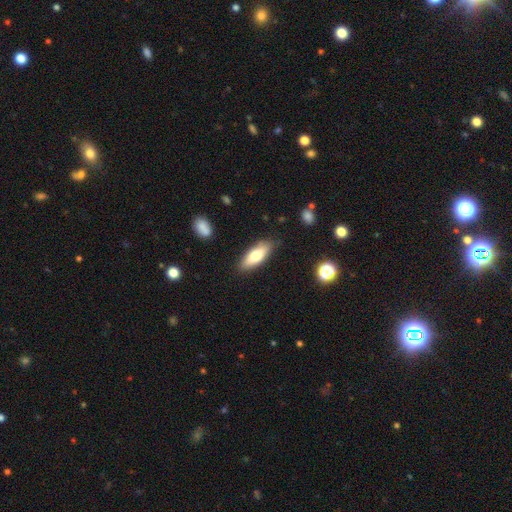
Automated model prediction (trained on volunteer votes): Overall: smooth (70%). How rounded: in between (64%; cigar-shaped 34%). Merging: none (84%).